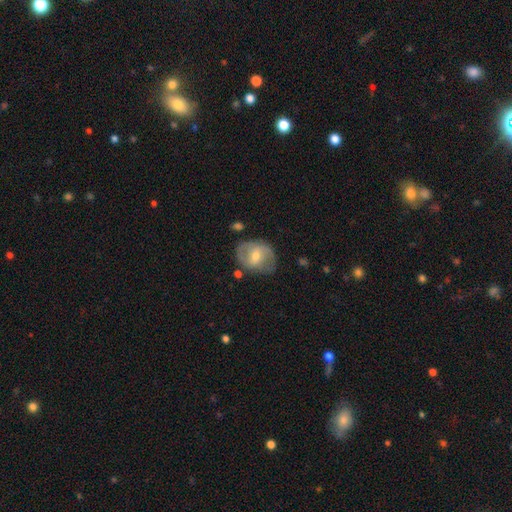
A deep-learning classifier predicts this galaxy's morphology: A featured or disk galaxy (62%) with a weak bar (48%), spiral arms (71%) and a moderate central bulge (54%). Merging: none (69%).